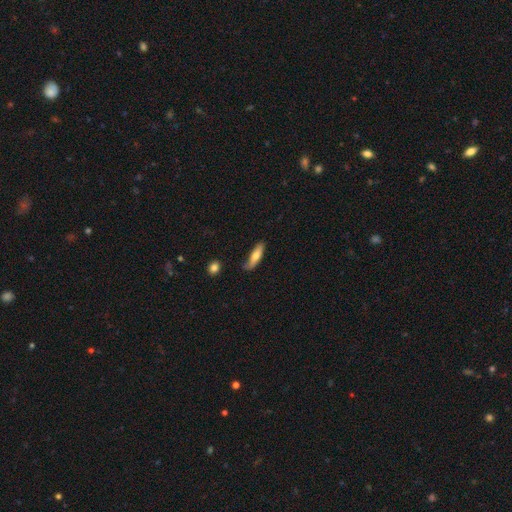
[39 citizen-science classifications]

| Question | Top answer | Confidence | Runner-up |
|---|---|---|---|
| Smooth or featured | smooth | 74% | featured or disk (23%) |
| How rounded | cigar-shaped | 69% | in between (28%) |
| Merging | none | 82% | minor disturbance (13%) |